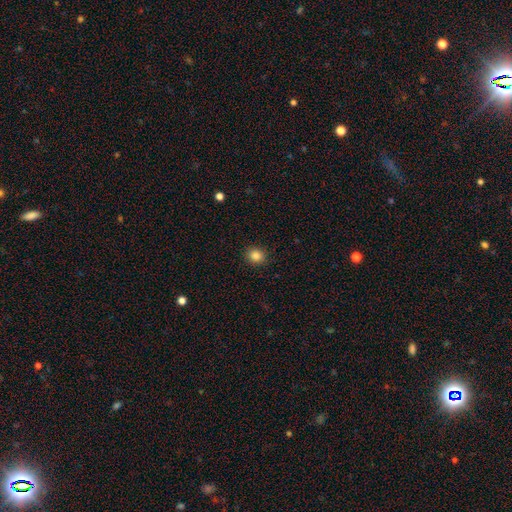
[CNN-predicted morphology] A smooth galaxy with no disk features (85%) that is round (83%).

Vote fractions:
- Smooth or featured? smooth: 85% / star or artifact: 11% / featured or disk: 4%
- How rounded? round: 83% / in between: 16% / cigar-shaped: 1%
- Merging? none: 91% / minor disturbance: 6% / major disturbance: 2% / merger: 1%